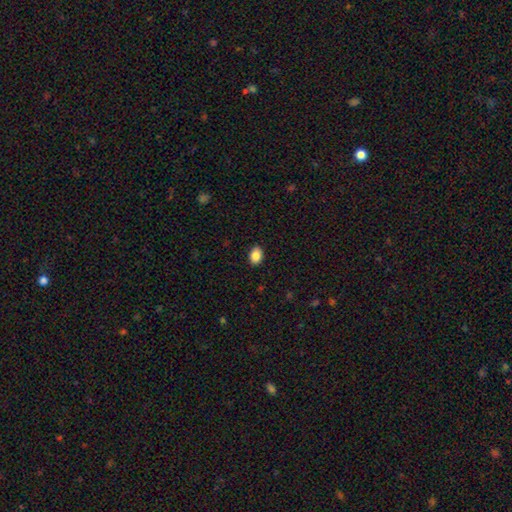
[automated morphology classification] smooth-or-featured: smooth: 87% | star or artifact: 8% | featured or disk: 4%
  how-rounded: in between: 78% | round: 21% | cigar-shaped: 1%
  merging: none: 89% | minor disturbance: 8% | major disturbance: 2% | merger: 1%